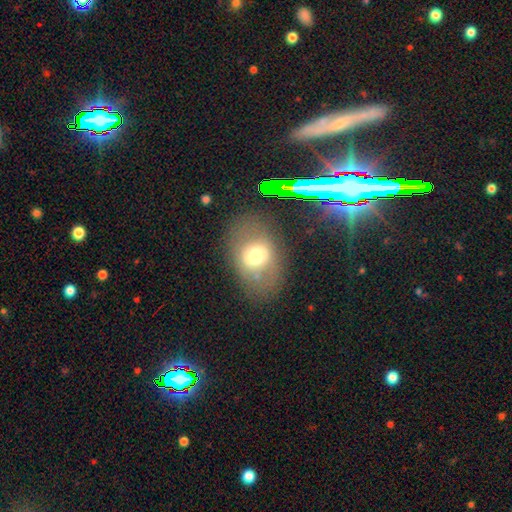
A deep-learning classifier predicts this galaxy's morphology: The model was most divided on "smooth or featured": smooth: 55%, featured or disk: 32%, star or artifact: 13%. More confident: how rounded — in between (76%); merging — none (72%).